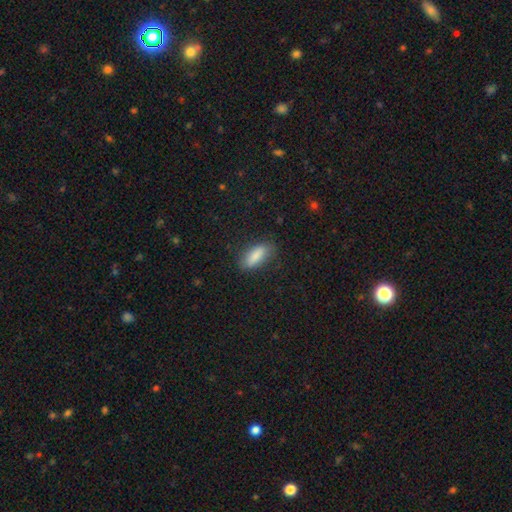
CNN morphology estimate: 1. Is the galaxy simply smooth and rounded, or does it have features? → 84% smooth, 9% featured or disk, 7% star or artifact.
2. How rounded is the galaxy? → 69% in between, 28% cigar-shaped, 2% round.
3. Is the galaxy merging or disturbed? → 79% none, 16% minor disturbance, 4% major disturbance, 1% merger.